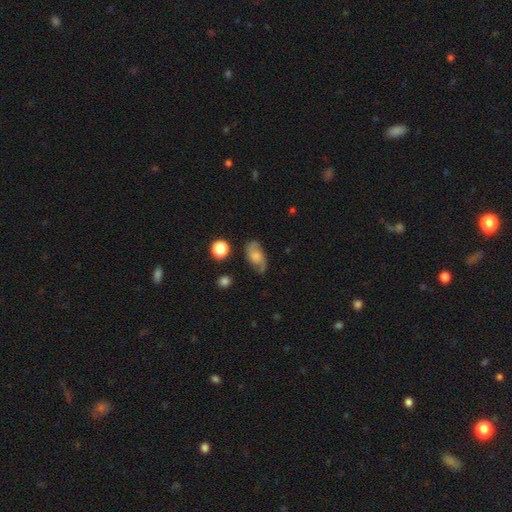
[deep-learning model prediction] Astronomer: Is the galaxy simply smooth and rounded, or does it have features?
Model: featured or disk — 54% (runner-up: smooth, 37%).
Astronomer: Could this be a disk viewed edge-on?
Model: no — 94%.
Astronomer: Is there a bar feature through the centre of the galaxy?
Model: no — 68%.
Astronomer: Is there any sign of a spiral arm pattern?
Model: yes — 89%.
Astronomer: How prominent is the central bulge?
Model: moderate — 28% (runner-up: none, 25%).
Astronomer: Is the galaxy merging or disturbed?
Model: none — 69%.